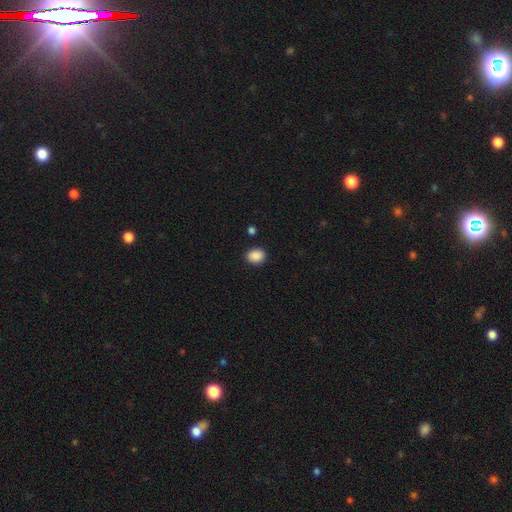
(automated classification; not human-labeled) Smooth or featured?
  - smooth: 89% *
  - star or artifact: 9%
  - featured or disk: 3%
How rounded?
  - round: 54% *
  - in between: 46%
  - cigar-shaped: 1%
Merging?
  - none: 87% *
  - minor disturbance: 9%
  - major disturbance: 2%
  - merger: 2%